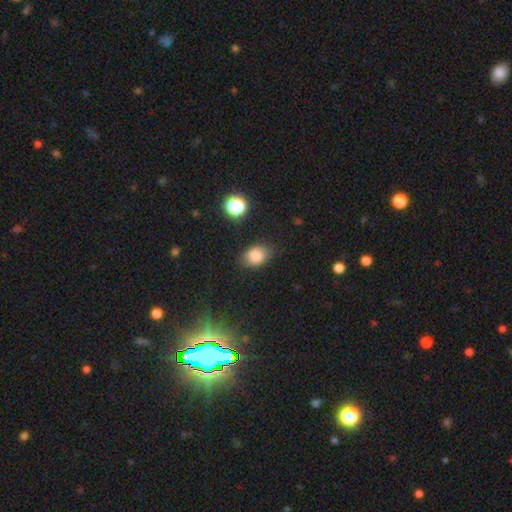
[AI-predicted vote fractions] smooth 81%, star or artifact 11%, featured or disk 7%. Down the decision tree: how rounded — in between (73%); merging — none (75%).